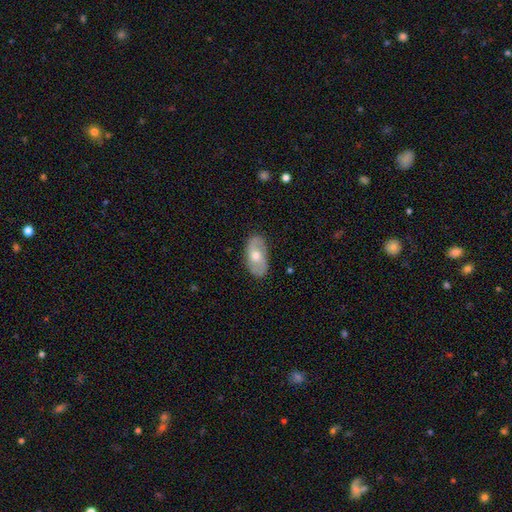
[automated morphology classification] featured or disk 51%, smooth 43%, star or artifact 6%. Down the decision tree: edge-on disk — no (89%); merging — none (81%).